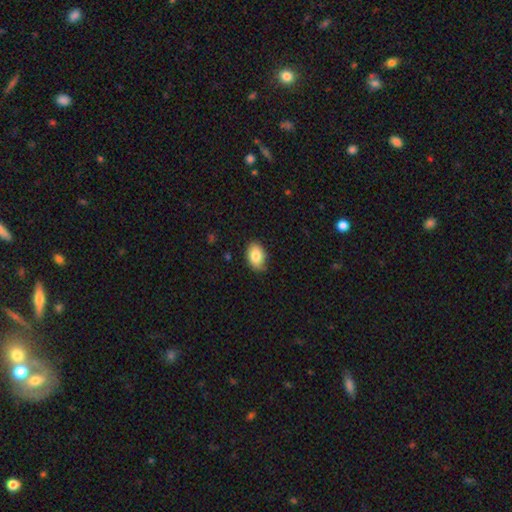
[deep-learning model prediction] smooth-or-featured: smooth: 83% | featured or disk: 9% | star or artifact: 7%
  how-rounded: in between: 85% | round: 14% | cigar-shaped: 1%
  merging: none: 80% | minor disturbance: 17% | major disturbance: 3% | merger: 1%